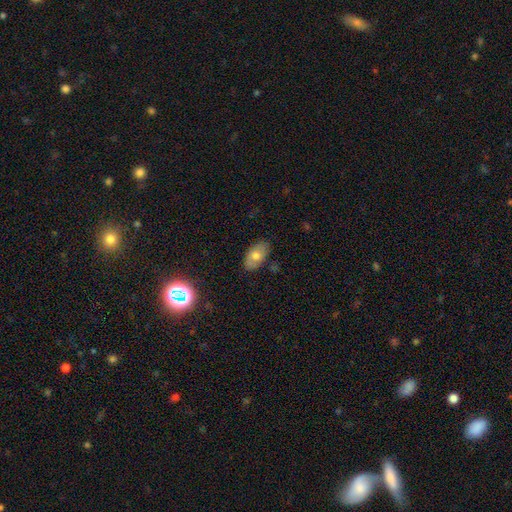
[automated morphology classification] A smooth galaxy with no disk features (69%) that is in between round and cigar-shaped (93%). Merging: none (81%).